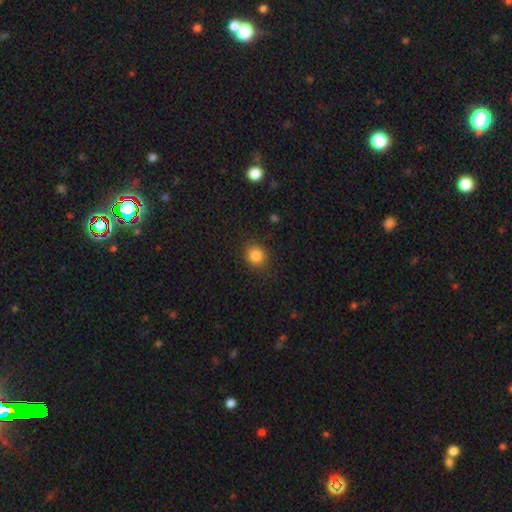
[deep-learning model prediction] smooth_or_featured: smooth (p=0.85) [alt: star or artifact p=0.11]
how_rounded: round (p=0.77) [alt: in between p=0.22]
merging: none (p=0.86) [alt: minor disturbance p=0.10]